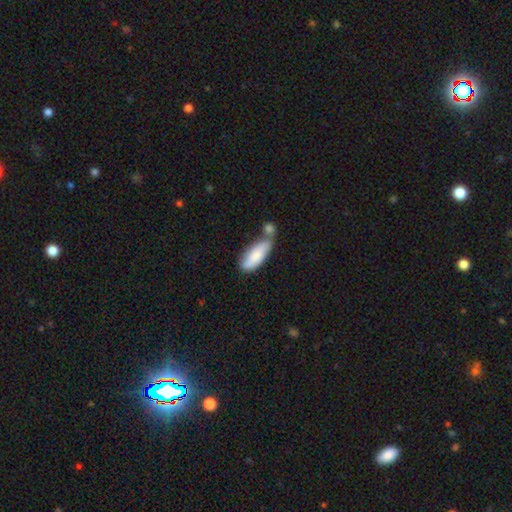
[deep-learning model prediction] smooth 79%, featured or disk 15%, star or artifact 6%. Down the decision tree: how rounded — in between (71%); merging — merger (39%).